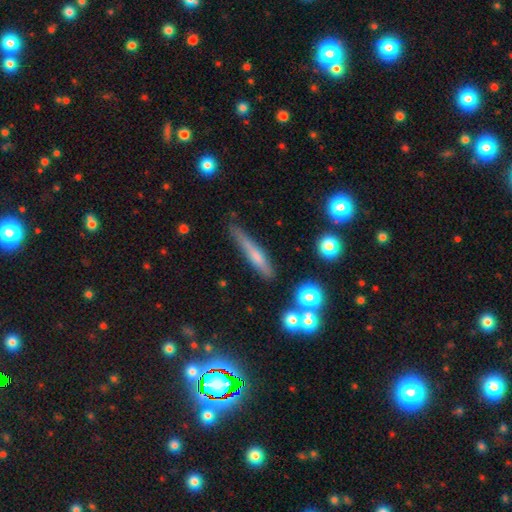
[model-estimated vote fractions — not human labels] Overall: smooth (56%; featured or disk 35%). How rounded: cigar-shaped (89%). Merging: none (71%).